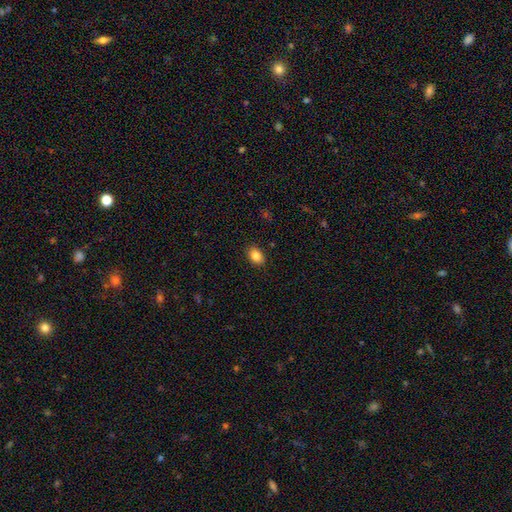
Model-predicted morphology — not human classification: smooth-or-featured: smooth: 86% | star or artifact: 9% | featured or disk: 5%
  how-rounded: in between: 80% | round: 19% | cigar-shaped: 1%
  merging: none: 89% | minor disturbance: 8% | major disturbance: 2% | merger: 1%